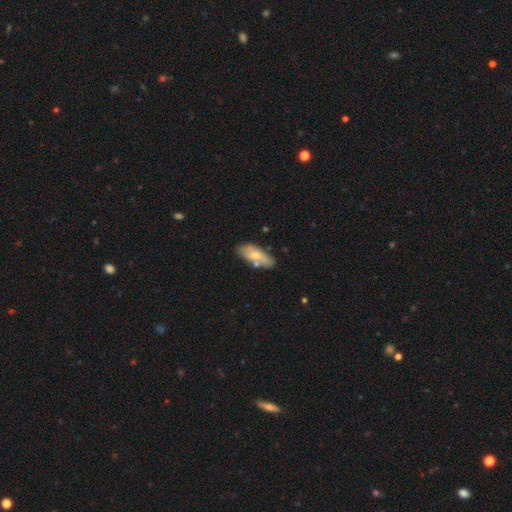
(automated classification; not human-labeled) Q: Smooth or featured?
A: smooth (64%); runner-up: featured or disk (30%)
Q: How rounded?
A: in between (81%); runner-up: cigar-shaped (17%)
Q: Merging?
A: none (63%); runner-up: minor disturbance (20%)